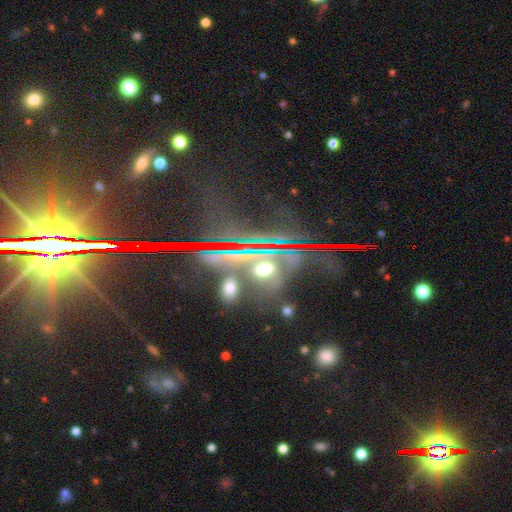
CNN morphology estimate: Overall: star or artifact (80%).